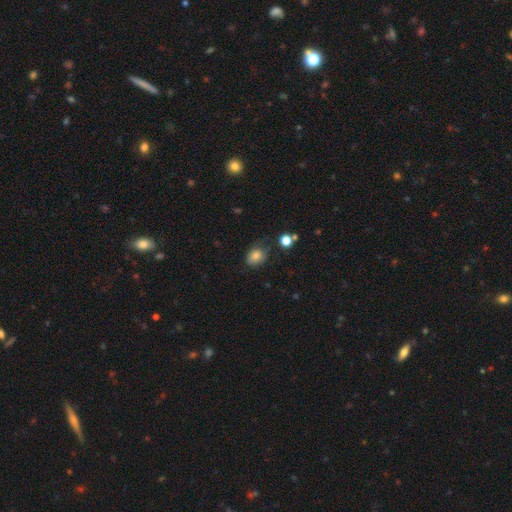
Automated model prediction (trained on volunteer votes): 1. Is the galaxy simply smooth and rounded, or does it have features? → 79% smooth, 11% star or artifact, 10% featured or disk.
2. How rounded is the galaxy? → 52% in between, 47% round, 1% cigar-shaped.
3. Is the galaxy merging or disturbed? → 55% none, 30% minor disturbance, 11% major disturbance, 4% merger.